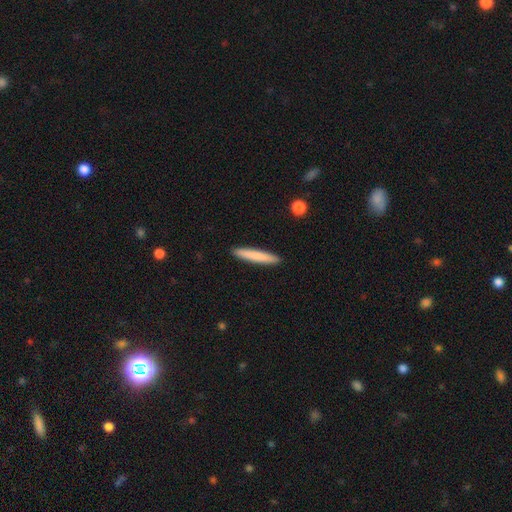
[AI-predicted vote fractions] Smooth or featured: smooth — 78% (featured or disk — 16%)
How rounded: cigar-shaped — 95% (in between — 4%)
Merging: none — 92% (minor disturbance — 6%)